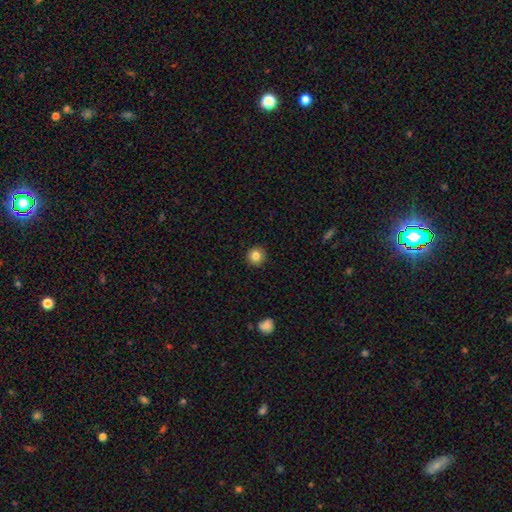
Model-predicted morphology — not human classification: Q: Smooth or featured?
A: smooth (83%); runner-up: star or artifact (11%)
Q: How rounded?
A: round (94%); runner-up: in between (5%)
Q: Merging?
A: none (92%); runner-up: minor disturbance (5%)